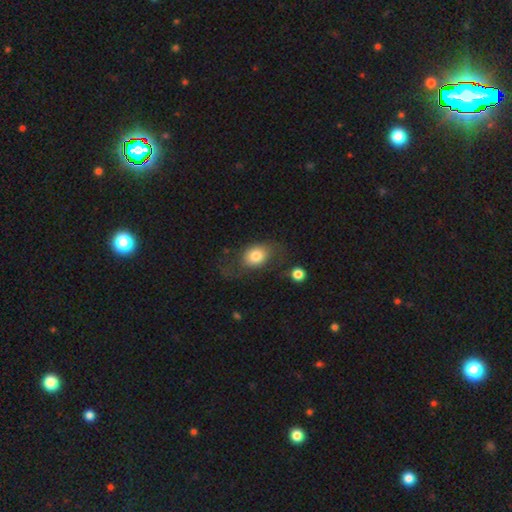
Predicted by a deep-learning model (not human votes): Morphology: type=smooth (75%); roundness=in between (64%); merging=none (49%).